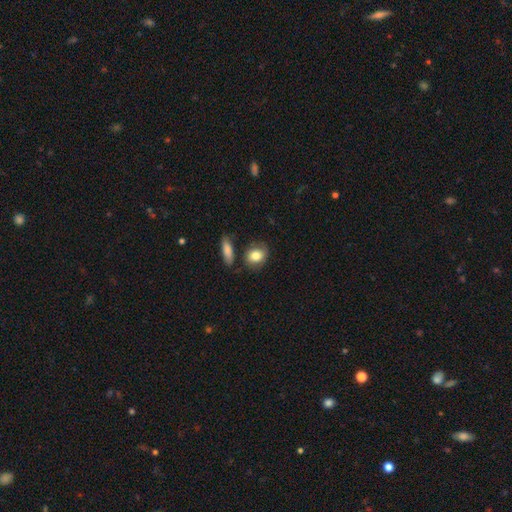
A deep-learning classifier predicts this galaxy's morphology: Smooth or featured: smooth — 80% (featured or disk — 13%)
How rounded: in between — 60% (round — 38%)
Merging: none — 66% (minor disturbance — 20%)